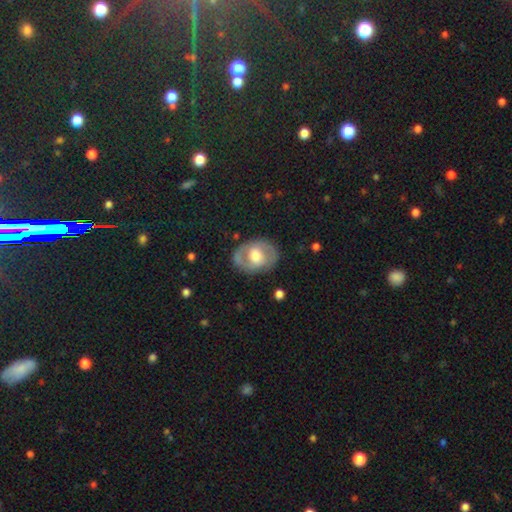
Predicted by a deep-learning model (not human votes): This is possibly a featured or disk galaxy (56%). It is clearly not viewed edge-on (94%). Bar: possibly no (54%). Spiral arm pattern: possibly no (54%). Central bulge: possibly moderate (55%). Merging: likely none (77%).